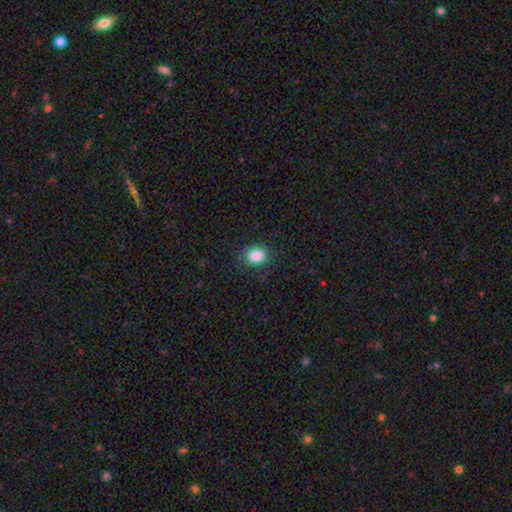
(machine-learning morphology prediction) A smooth galaxy with no disk features (86%) that is round (54%).

Vote fractions:
- Smooth or featured? smooth: 86% / star or artifact: 10% / featured or disk: 4%
- How rounded? round: 54% / in between: 45% / cigar-shaped: 1%
- Merging? none: 80% / minor disturbance: 14% / major disturbance: 5% / merger: 1%